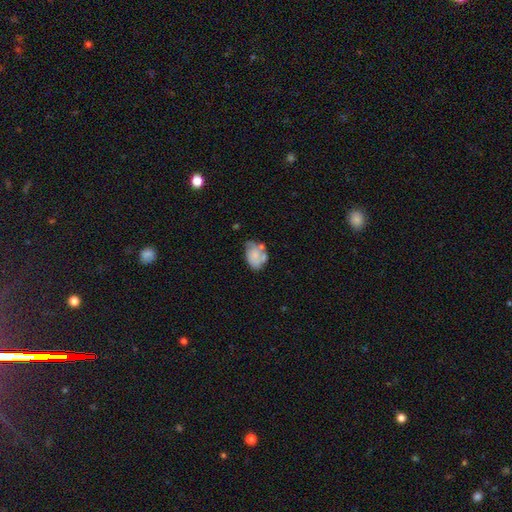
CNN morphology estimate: This appears to be a smooth galaxy with no disk features (59%) that is in between round and cigar-shaped (77%). Merging: none (35%).